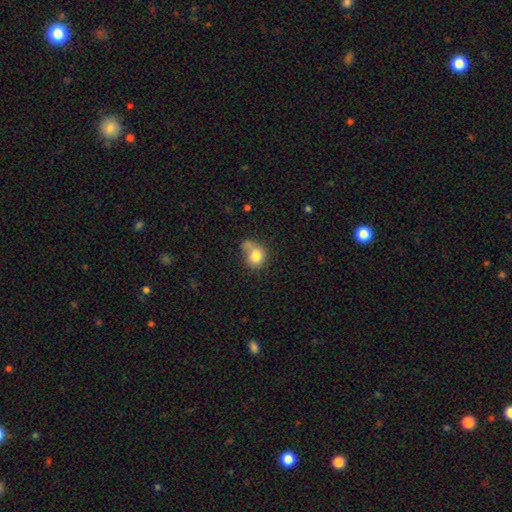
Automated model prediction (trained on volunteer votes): Smooth or featured: smooth — 79% (featured or disk — 12%)
How rounded: round — 68% (in between — 31%)
Merging: none — 38% (minor disturbance — 24%)